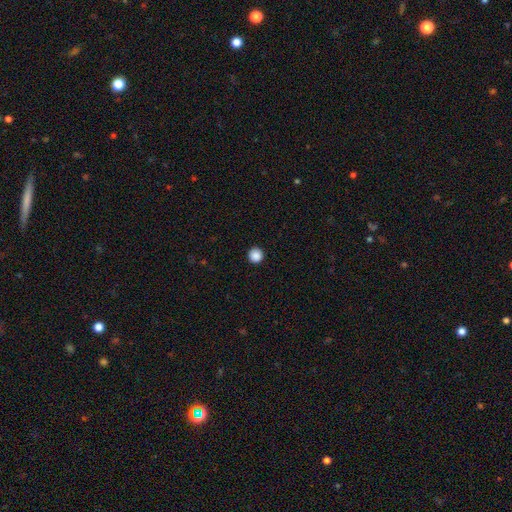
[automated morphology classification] smooth 88%, star or artifact 10%, featured or disk 2%. Down the decision tree: how rounded — round (97%); merging — none (94%).